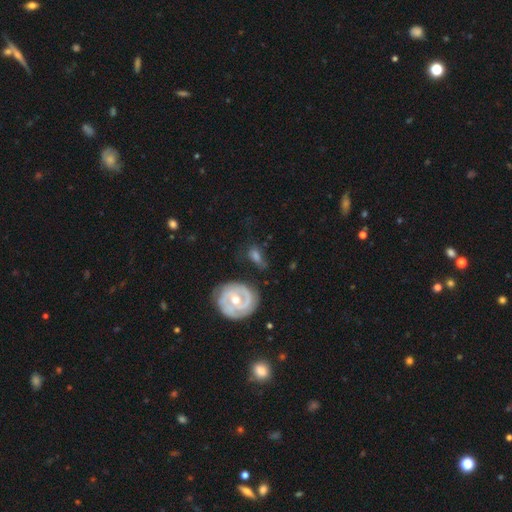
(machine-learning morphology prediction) Q: Smooth or featured?
A: featured or disk (52%); runner-up: smooth (38%)
Q: Edge-on disk?
A: no (93%); runner-up: yes (7%)
Q: Merging?
A: none (58%); runner-up: minor disturbance (24%)